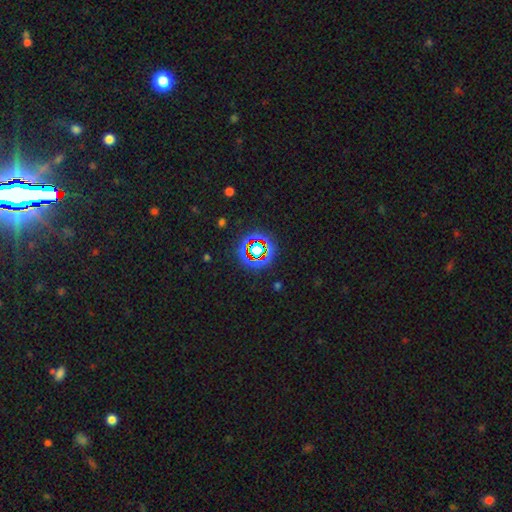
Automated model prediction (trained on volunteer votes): Smooth or featured? star or artifact (71%)